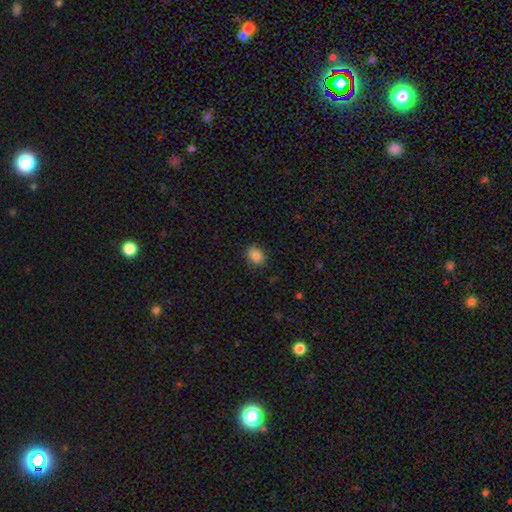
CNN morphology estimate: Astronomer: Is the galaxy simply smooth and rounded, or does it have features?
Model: smooth — 86%.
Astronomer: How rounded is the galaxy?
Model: round — 50% (runner-up: in between, 49%).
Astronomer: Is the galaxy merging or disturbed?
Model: none — 84%.